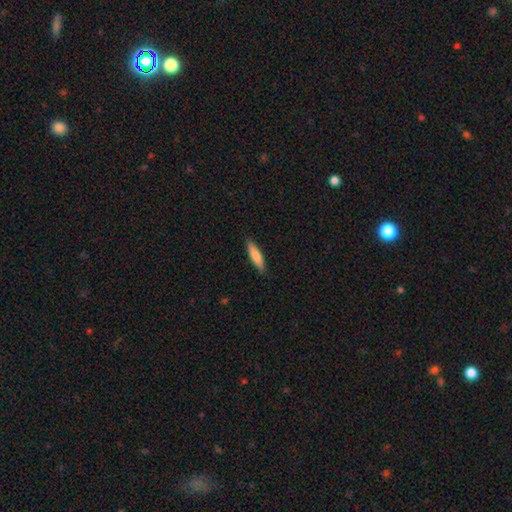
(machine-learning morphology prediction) smooth-or-featured: smooth: 78% | featured or disk: 16% | star or artifact: 6%
  how-rounded: cigar-shaped: 80% | in between: 18% | round: 1%
  merging: none: 88% | minor disturbance: 9% | major disturbance: 2% | merger: 1%